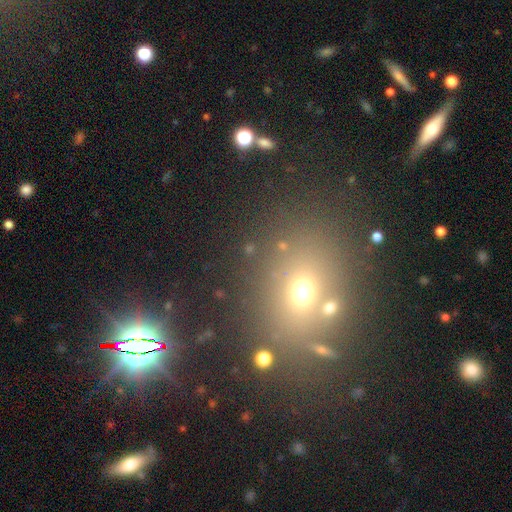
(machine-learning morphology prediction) Smooth or featured? smooth (51%)
How rounded? in between (51%)
Merging? none (78%)